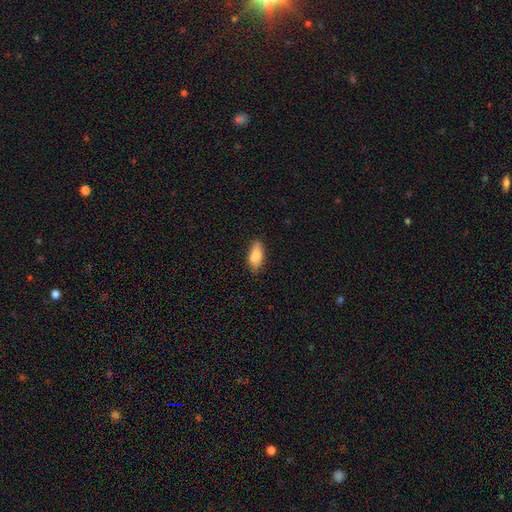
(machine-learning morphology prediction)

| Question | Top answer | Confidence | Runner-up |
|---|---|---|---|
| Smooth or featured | smooth | 82% | featured or disk (11%) |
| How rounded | in between | 80% | cigar-shaped (17%) |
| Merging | none | 74% | minor disturbance (21%) |